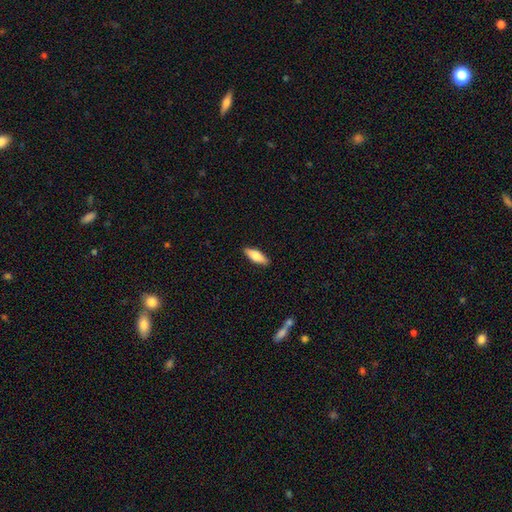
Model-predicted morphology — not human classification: Smooth or featured?
  - smooth: 74% *
  - featured or disk: 20%
  - star or artifact: 6%
How rounded?
  - in between: 61% *
  - cigar-shaped: 37%
  - round: 2%
Merging?
  - none: 89% *
  - minor disturbance: 8%
  - major disturbance: 2%
  - merger: 1%